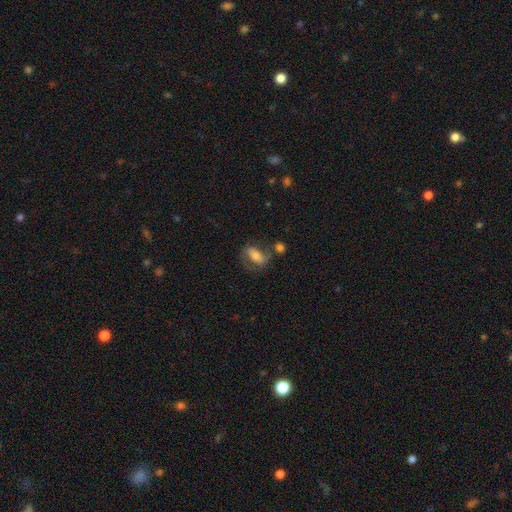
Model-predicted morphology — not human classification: A smooth galaxy with no disk features (47%). Merging: none (48%).